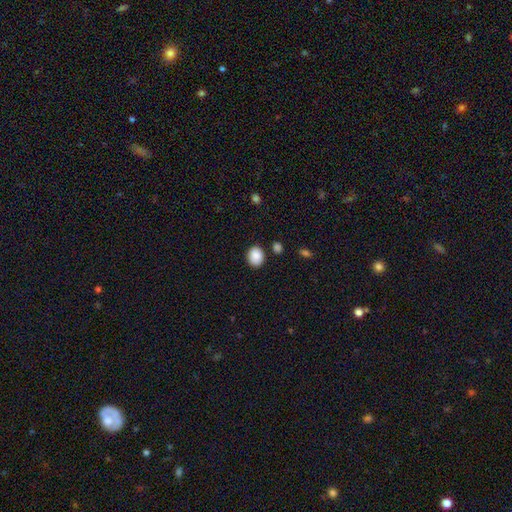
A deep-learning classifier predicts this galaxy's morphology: This appears to be a smooth galaxy with no disk features (89%) that is round (53%). Merging: none (84%).